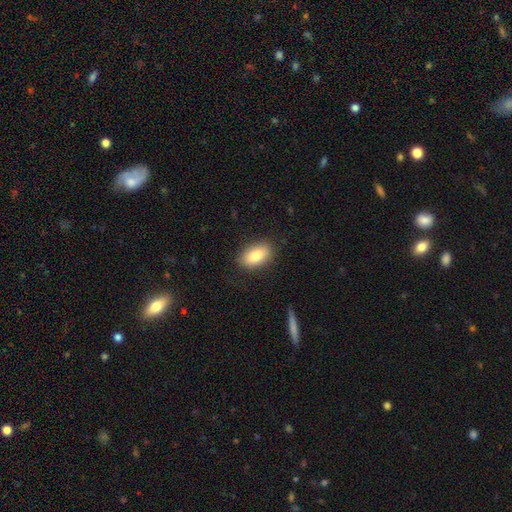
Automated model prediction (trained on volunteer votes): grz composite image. It shows a smooth galaxy with no disk features (83%) that is in between round and cigar-shaped (91%). Merging: none (86%).